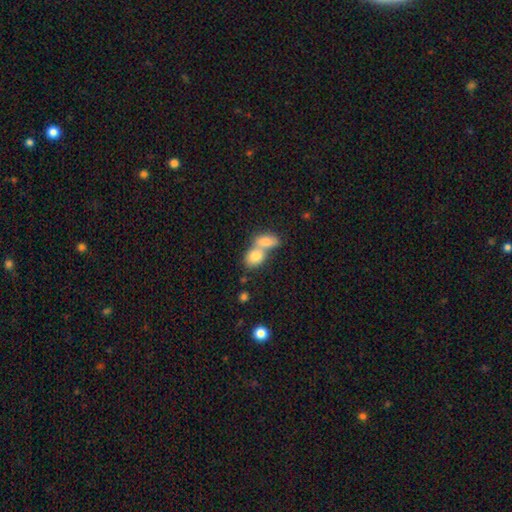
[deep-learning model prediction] smooth-or-featured: smooth: 80% | featured or disk: 12% | star or artifact: 8%
  how-rounded: in between: 71% | round: 27% | cigar-shaped: 2%
  merging: merger: 67% | none: 24% | minor disturbance: 6% | major disturbance: 3%